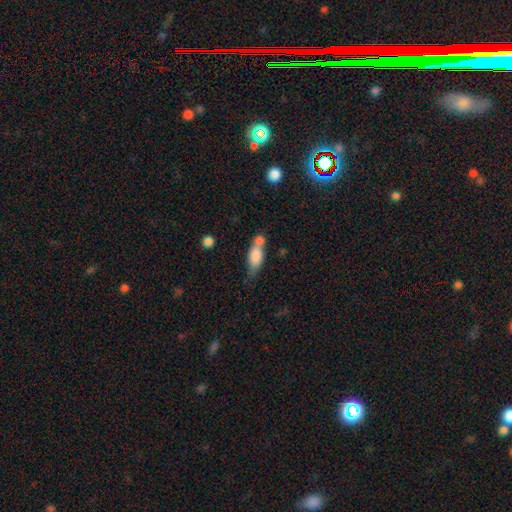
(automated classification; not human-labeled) smooth 75%, featured or disk 18%, star or artifact 7%. Down the decision tree: how rounded — in between (69%); merging — merger (44%).